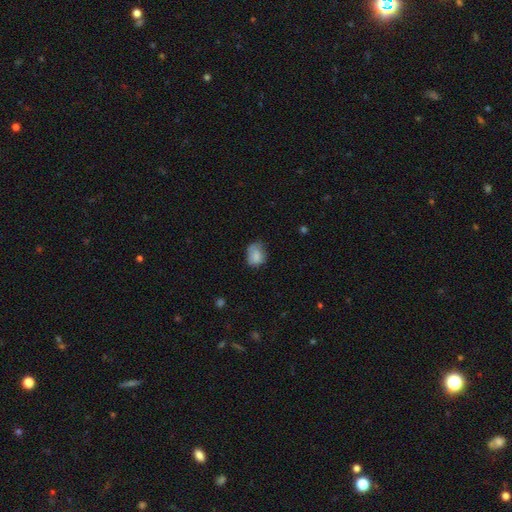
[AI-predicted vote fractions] A smooth galaxy with no disk features (79%) that is in between round and cigar-shaped (55%). Merging: none (53%).